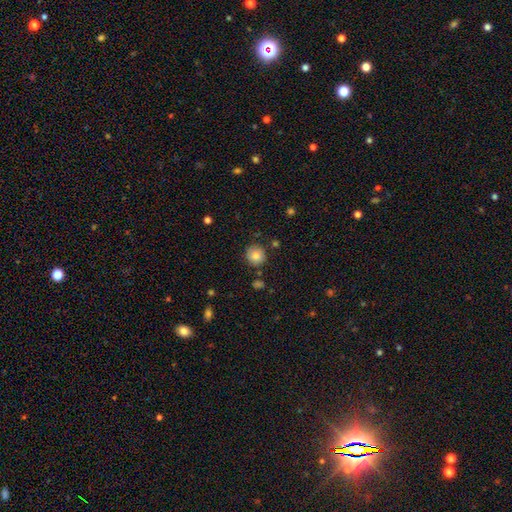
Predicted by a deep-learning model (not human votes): Smooth or featured? Predicted: smooth (p=0.81). How rounded? Predicted: round (p=0.91). Merging? Predicted: none (p=0.85).